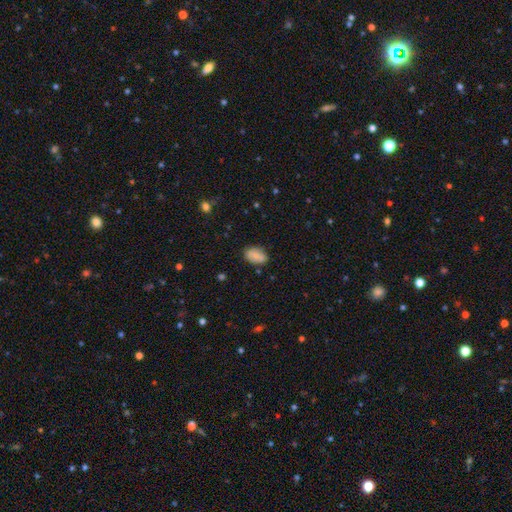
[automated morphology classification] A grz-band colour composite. It shows a smooth galaxy with no disk features (76%) that is in between round and cigar-shaped (88%). Merging: none (78%).